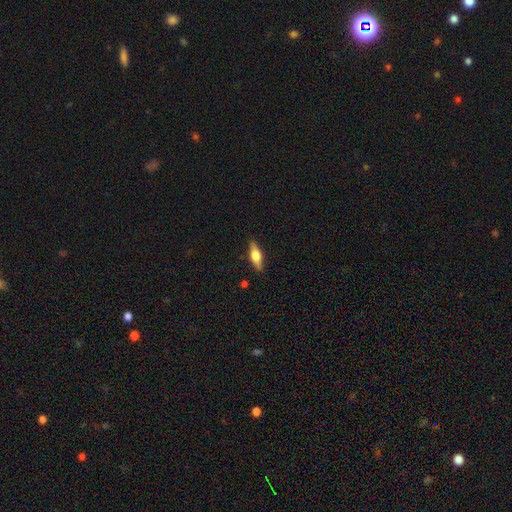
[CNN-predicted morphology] A featured or disk galaxy (49%).

Vote fractions:
- Smooth or featured? featured or disk: 49% / smooth: 45% / star or artifact: 7%
- Merging? none: 87% / minor disturbance: 10% / major disturbance: 2% / merger: 1%